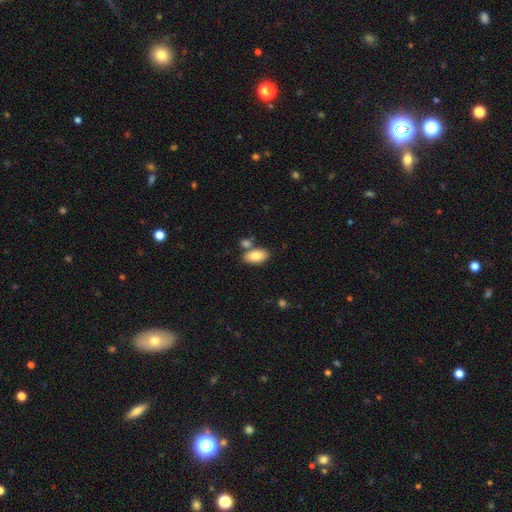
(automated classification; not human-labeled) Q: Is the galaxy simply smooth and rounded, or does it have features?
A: smooth — 83%.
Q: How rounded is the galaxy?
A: in between — 94%.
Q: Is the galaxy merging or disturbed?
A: none — 67%.